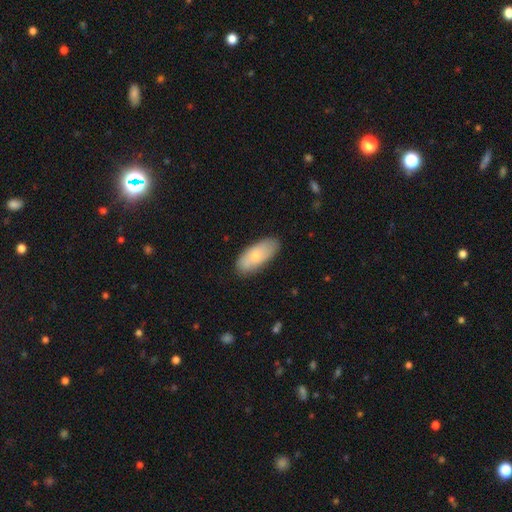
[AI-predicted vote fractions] The model was most divided on "smooth or featured": smooth: 71%, featured or disk: 23%, star or artifact: 6%. More confident: how rounded — in between (85%); merging — none (82%).